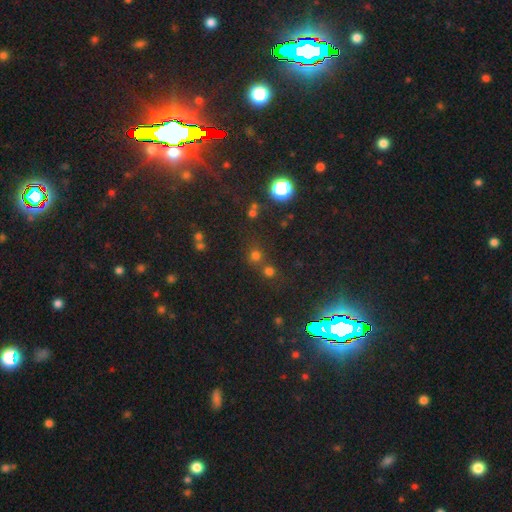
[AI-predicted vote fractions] Overall: smooth (55%; star or artifact 39%). How rounded: round (89%). Merging: none (66%).